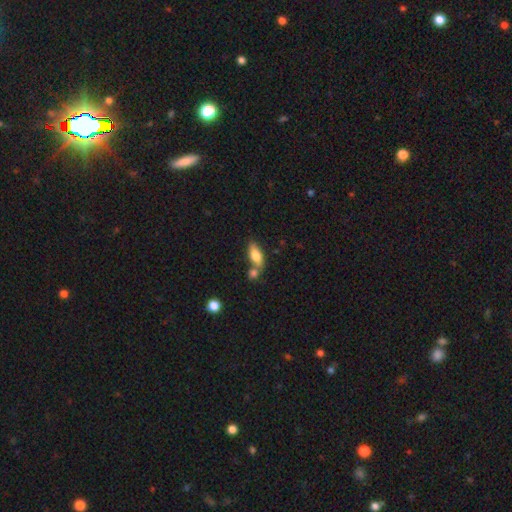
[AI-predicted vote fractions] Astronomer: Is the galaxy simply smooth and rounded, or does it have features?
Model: smooth — 72%.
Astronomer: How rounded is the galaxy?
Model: in between — 78%.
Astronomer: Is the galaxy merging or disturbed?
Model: none — 51% (runner-up: merger, 31%).